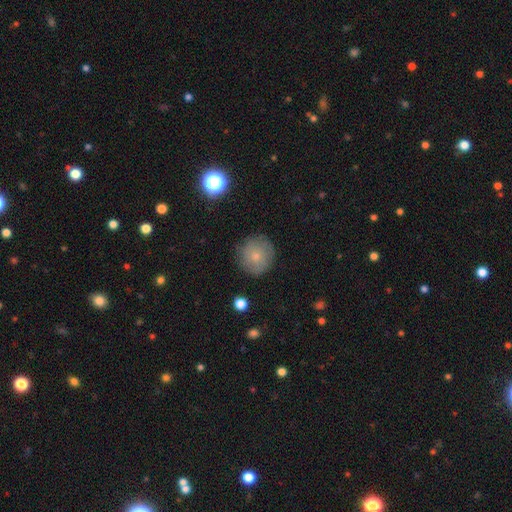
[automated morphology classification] smooth-or-featured: smooth: 72% | featured or disk: 19% | star or artifact: 9%
  how-rounded: round: 91% | in between: 8% | cigar-shaped: 1%
  merging: none: 83% | minor disturbance: 13% | major disturbance: 3% | merger: 1%